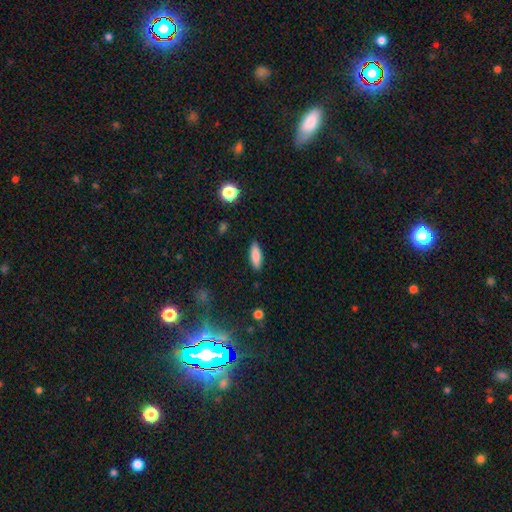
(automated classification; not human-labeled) The model was most divided on "how rounded": in between: 57%, cigar-shaped: 41%, round: 2%. More confident: merging — none (87%); smooth or featured — smooth (84%).